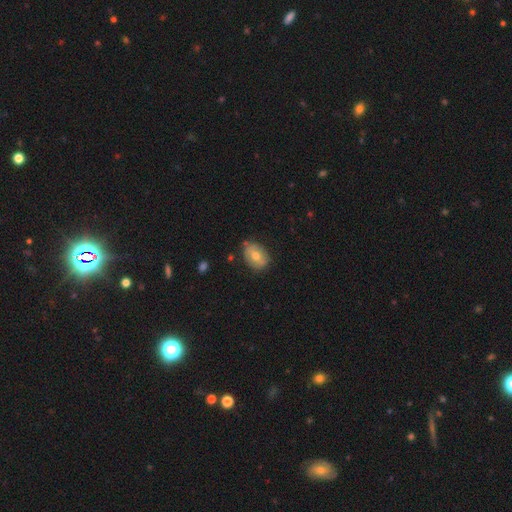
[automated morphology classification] A smooth galaxy with no disk features (61%) that is in between round and cigar-shaped (75%).

Vote fractions:
- Smooth or featured? smooth: 61% / featured or disk: 31% / star or artifact: 8%
- How rounded? in between: 75% / round: 23% / cigar-shaped: 1%
- Merging? none: 76% / minor disturbance: 19% / major disturbance: 3% / merger: 2%